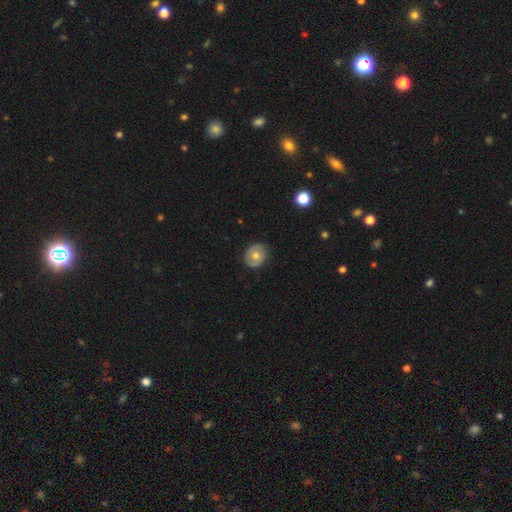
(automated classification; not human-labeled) Smooth or featured: featured or disk — 48% (smooth — 44%)
Merging: none — 82% (minor disturbance — 14%)